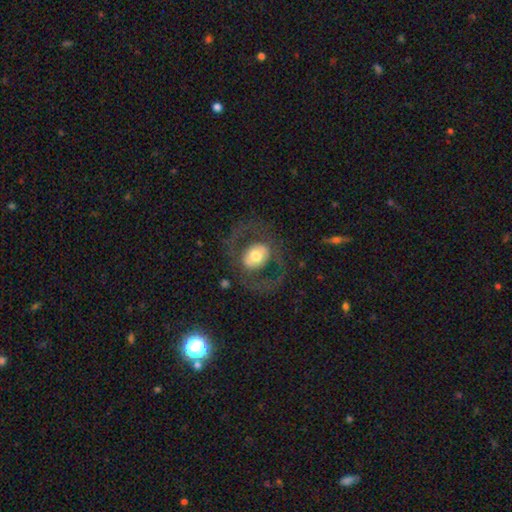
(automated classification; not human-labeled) smooth_or_featured: featured or disk (p=0.58) [alt: smooth p=0.35]
disk_edge_on: no (p=0.94) [alt: yes p=0.06]
bar: no (p=0.62) [alt: weak p=0.24]
has_spiral_arms: no (p=0.59) [alt: yes p=0.41]
bulge_size: moderate (p=0.58) [alt: large p=0.30]
merging: none (p=0.68) [alt: major disturbance p=0.18]